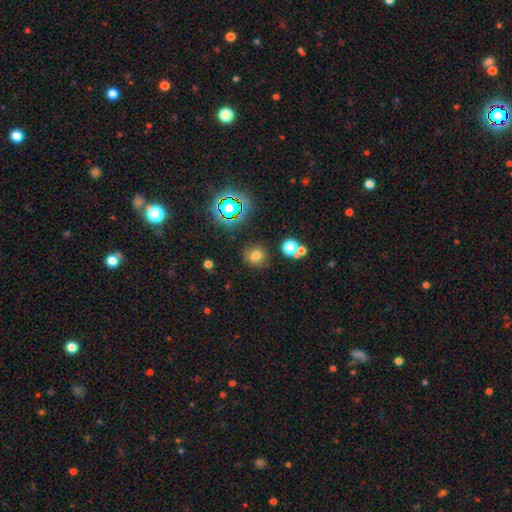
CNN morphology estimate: Smooth or featured? Predicted: smooth (p=0.72). How rounded? Predicted: round (p=0.86). Merging? Predicted: none (p=0.83).